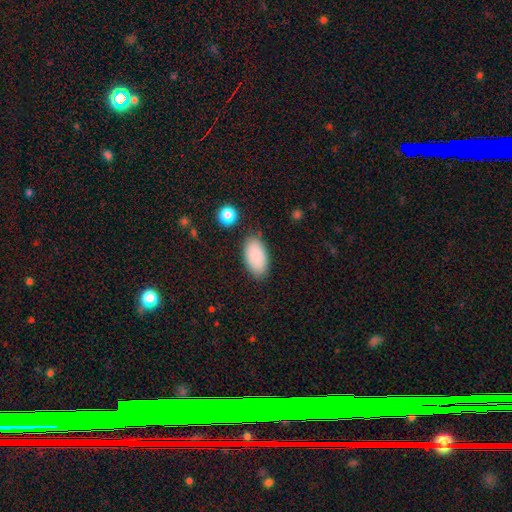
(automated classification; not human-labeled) A smooth galaxy with no disk features (88%) that is in between round and cigar-shaped (95%). Merging: none (83%).